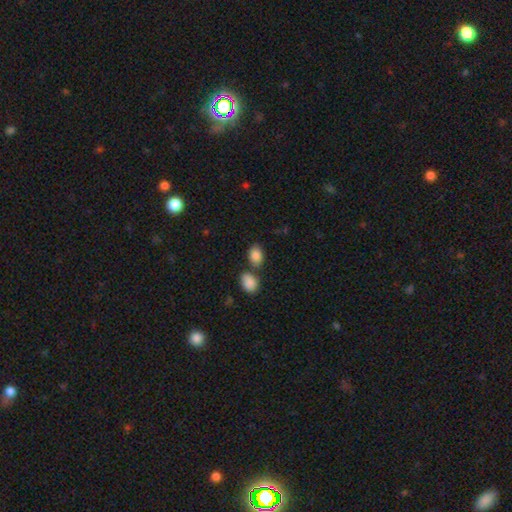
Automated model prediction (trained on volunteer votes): Smooth or featured?
  - smooth: 86% *
  - star or artifact: 8%
  - featured or disk: 5%
How rounded?
  - in between: 80% *
  - round: 19%
  - cigar-shaped: 1%
Merging?
  - none: 61% *
  - merger: 23%
  - minor disturbance: 12%
  - major disturbance: 3%